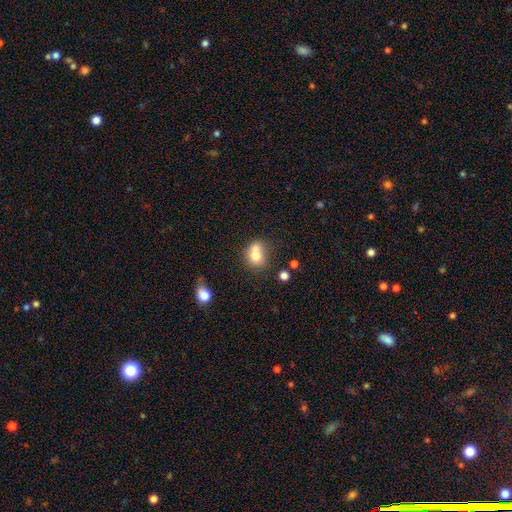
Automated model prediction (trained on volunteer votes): Smooth or featured: smooth — 72% (featured or disk — 17%)
How rounded: round — 60% (in between — 39%)
Merging: merger — 41% (none — 34%)